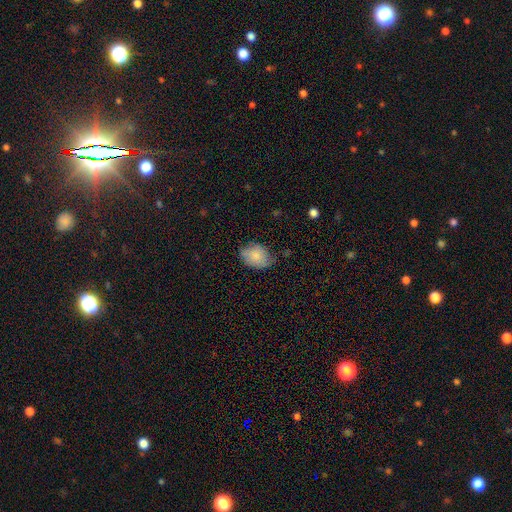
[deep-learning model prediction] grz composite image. It shows a smooth galaxy with no disk features (79%) that is in between round and cigar-shaped (74%). Merging: none (58%).